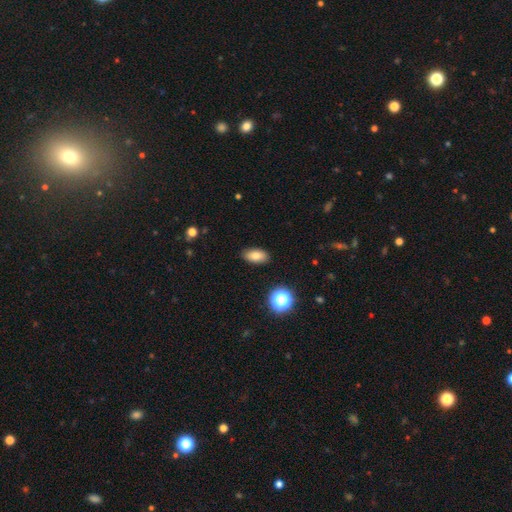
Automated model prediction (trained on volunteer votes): smooth 79%, featured or disk 11%, star or artifact 10%. Down the decision tree: how rounded — in between (90%); merging — none (88%).